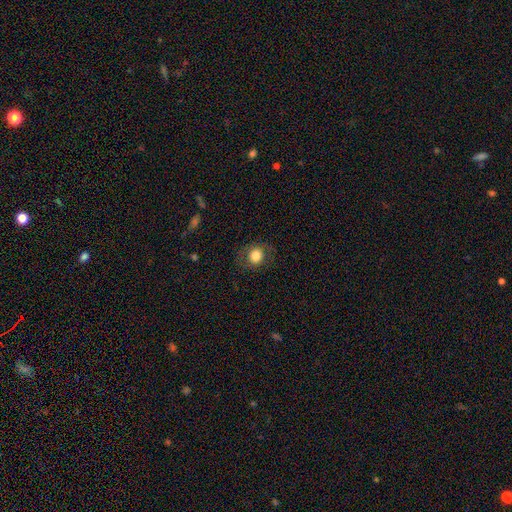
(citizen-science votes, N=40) This is likely a smooth galaxy (72%). How rounded: clearly round (86%). Merging: likely none (69%).